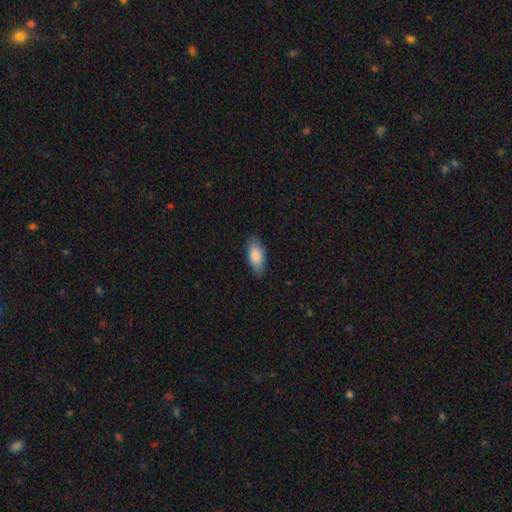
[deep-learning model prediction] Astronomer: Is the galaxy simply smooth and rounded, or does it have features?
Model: smooth — 82%.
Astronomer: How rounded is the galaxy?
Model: in between — 83%.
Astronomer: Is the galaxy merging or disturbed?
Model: none — 81%.